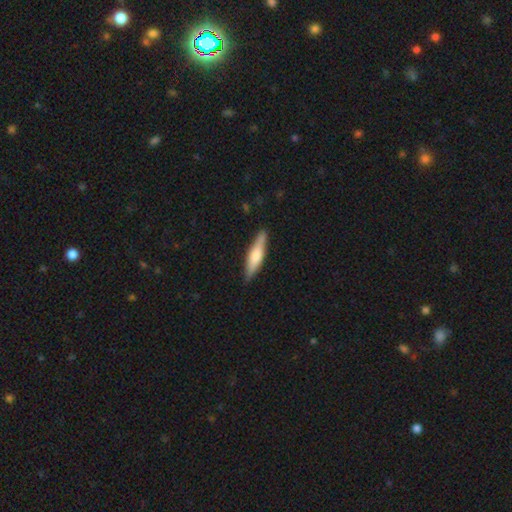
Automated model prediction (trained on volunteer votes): smooth 58%, featured or disk 37%, star or artifact 5%. Down the decision tree: how rounded — cigar-shaped (79%); merging — none (87%).